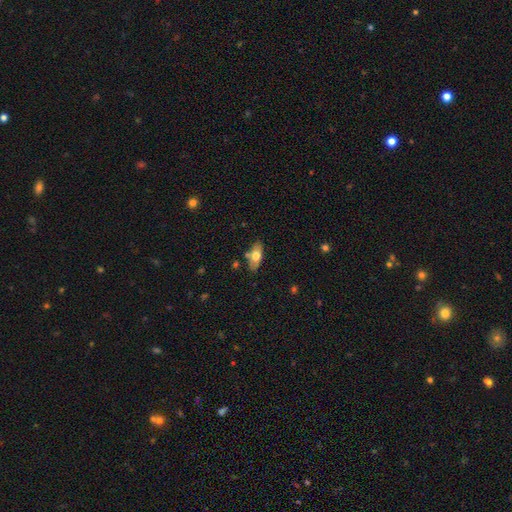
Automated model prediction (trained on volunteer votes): smooth-or-featured: smooth: 65% | featured or disk: 28% | star or artifact: 7%
  how-rounded: in between: 82% | cigar-shaped: 14% | round: 3%
  merging: none: 77% | minor disturbance: 14% | merger: 6% | major disturbance: 3%